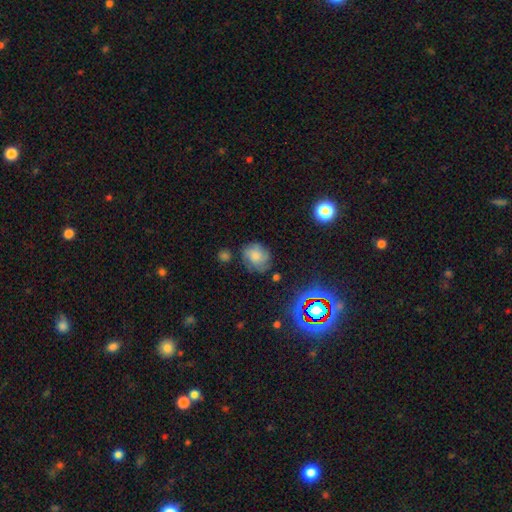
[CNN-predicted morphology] This appears to be a smooth galaxy with no disk features (53%) that is round (61%). Merging: none (63%).